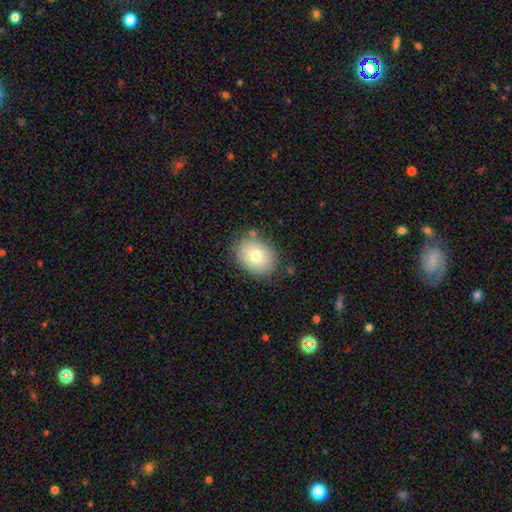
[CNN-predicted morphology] smooth 78%, featured or disk 14%, star or artifact 8%. Down the decision tree: how rounded — in between (61%); merging — none (82%).